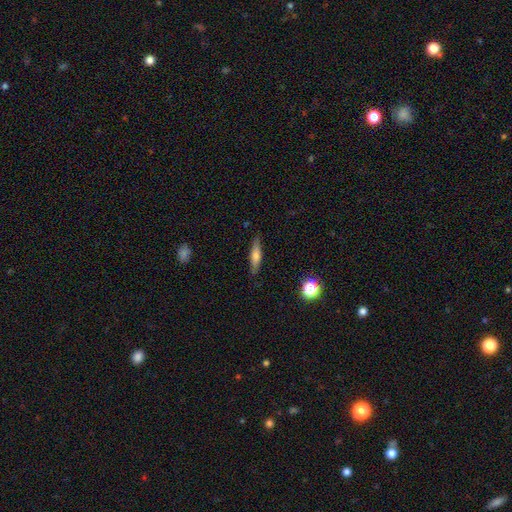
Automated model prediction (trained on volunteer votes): This appears to be a smooth galaxy with no disk features (57%) that is cigar-shaped (76%). Merging: none (85%).